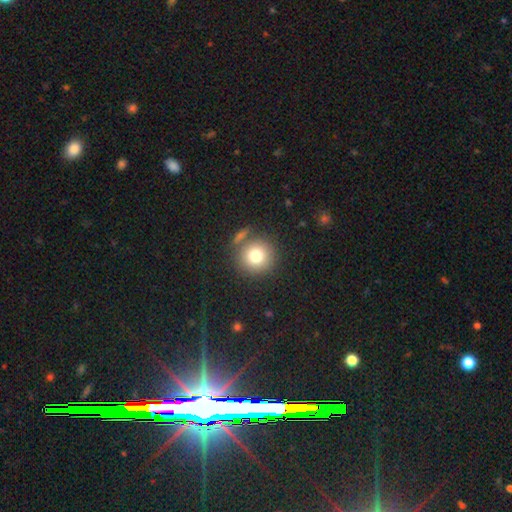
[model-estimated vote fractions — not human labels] This is likely a smooth galaxy (77%). How rounded: clearly round (93%). Merging: likely none (77%).